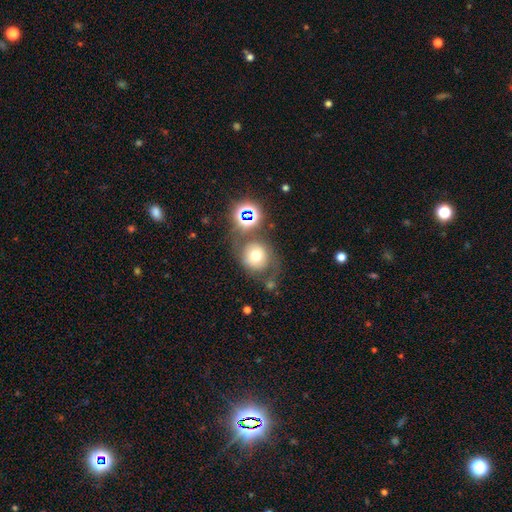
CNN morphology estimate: A smooth galaxy with no disk features (62%) that is round (84%).

Vote fractions:
- Smooth or featured? smooth: 62% / featured or disk: 20% / star or artifact: 18%
- How rounded? round: 84% / in between: 15% / cigar-shaped: 1%
- Merging? none: 59% / minor disturbance: 16% / merger: 14% / major disturbance: 11%